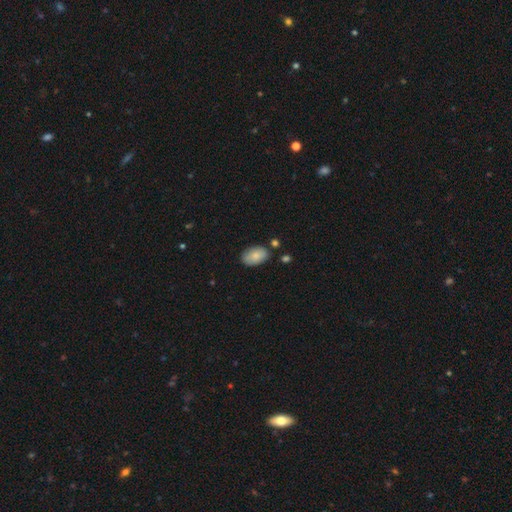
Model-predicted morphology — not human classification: Smooth or featured? smooth (83%)
How rounded? in between (92%)
Merging? none (76%)